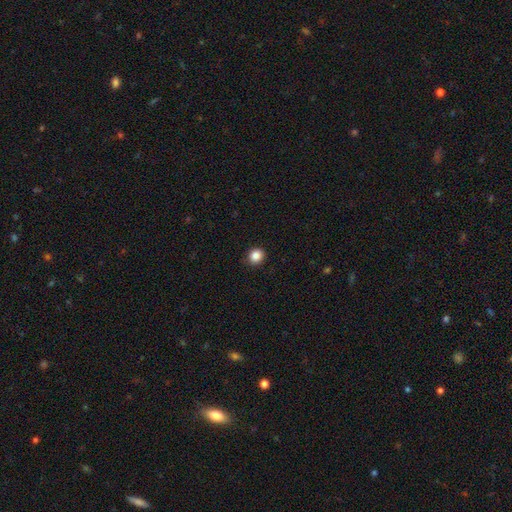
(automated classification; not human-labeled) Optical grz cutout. It shows a smooth galaxy with no disk features (86%) that is round (83%). Merging: none (91%).